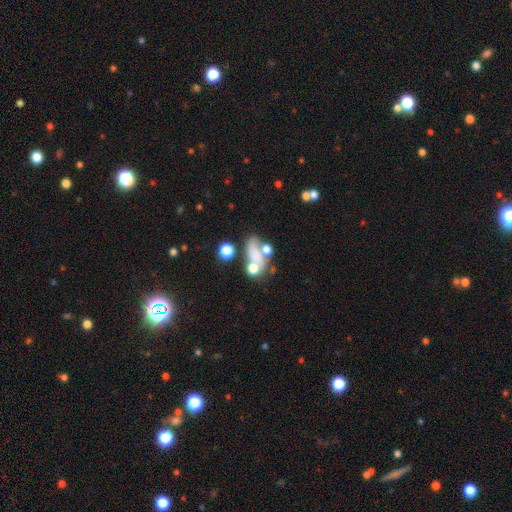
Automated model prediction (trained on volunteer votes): This appears to be a smooth galaxy with no disk features (57%) that is in between round and cigar-shaped (73%). Merging: merger (35%).